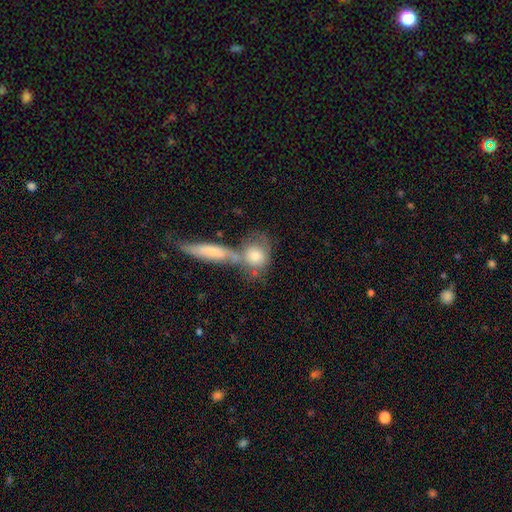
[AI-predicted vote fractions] The model was most divided on "merging": merger: 51%, none: 31%, minor disturbance: 11%, major disturbance: 7%. More confident: smooth or featured — smooth (68%); how rounded — round (57%).